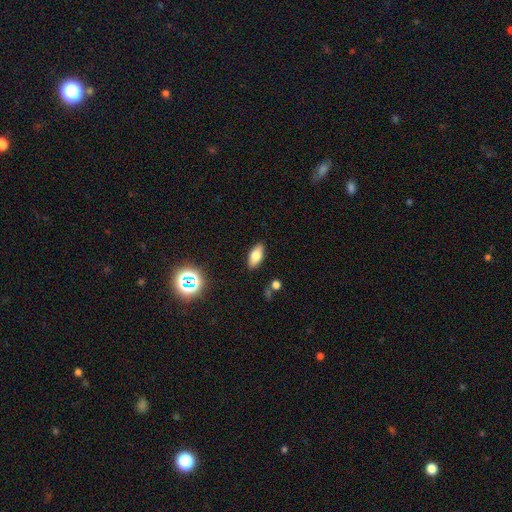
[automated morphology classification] A smooth galaxy with no disk features (73%) that is in between round and cigar-shaped (84%). Merging: none (87%).